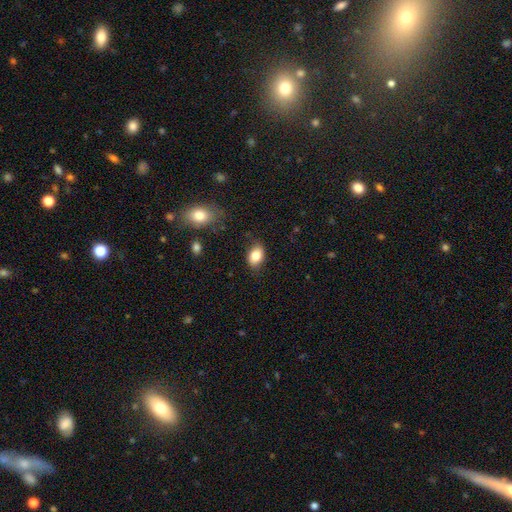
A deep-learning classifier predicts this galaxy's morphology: The model was most divided on "how rounded": in between: 80%, round: 18%, cigar-shaped: 1%. More confident: smooth or featured — smooth (83%); merging — none (80%).